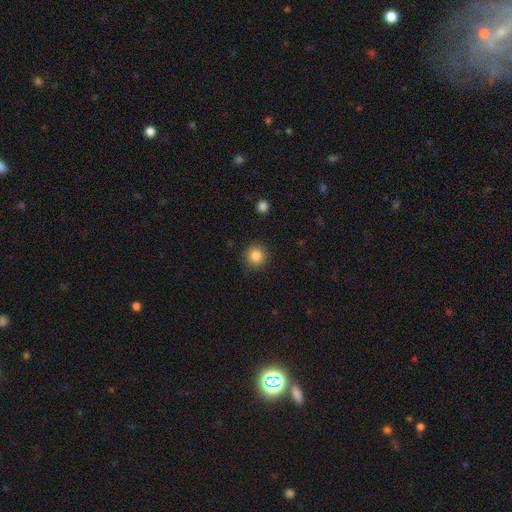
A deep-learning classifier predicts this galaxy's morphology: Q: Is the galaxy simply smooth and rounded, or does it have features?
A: smooth — 85%.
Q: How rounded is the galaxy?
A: round — 94%.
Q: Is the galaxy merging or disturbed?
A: none — 89%.